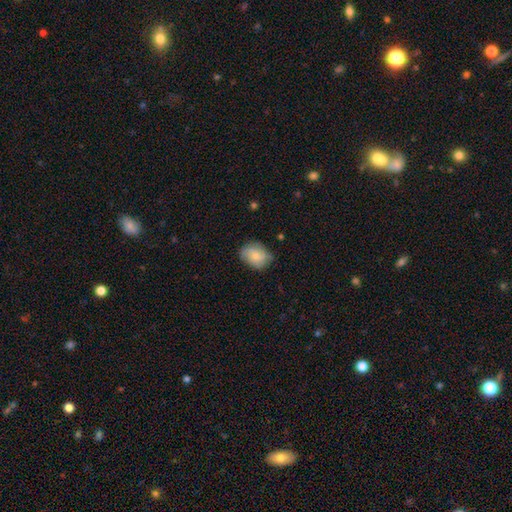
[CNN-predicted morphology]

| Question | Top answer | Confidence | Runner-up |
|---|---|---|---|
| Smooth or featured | smooth | 71% | featured or disk (22%) |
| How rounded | in between | 66% | round (33%) |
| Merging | none | 70% | minor disturbance (24%) |